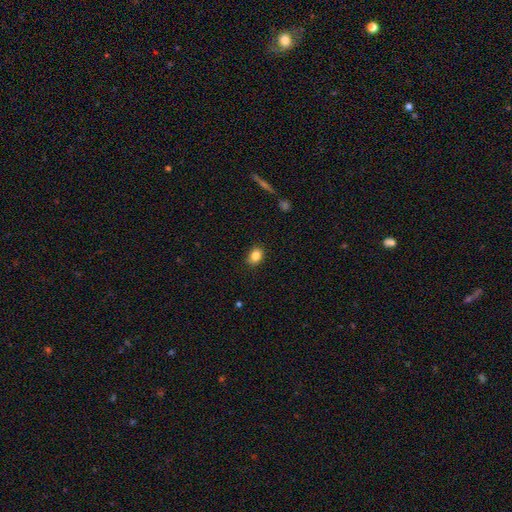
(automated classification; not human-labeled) Morphology: type=smooth (84%); roundness=in between (58%); merging=none (85%).